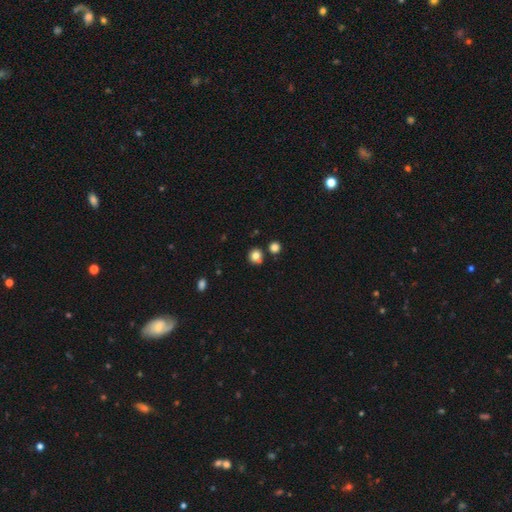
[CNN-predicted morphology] Overall: smooth (80%). How rounded: round (88%). Merging: none (73%).